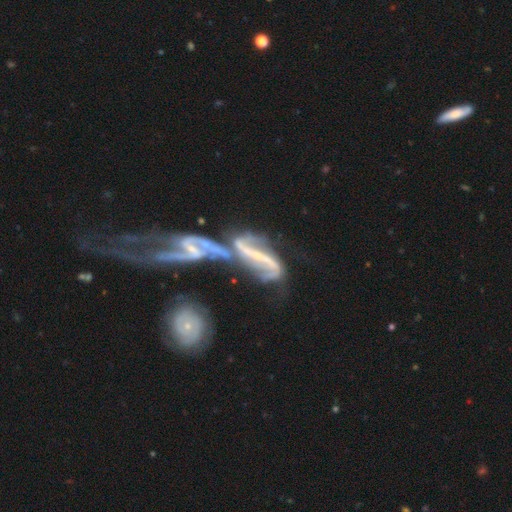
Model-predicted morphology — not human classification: smooth-or-featured: featured or disk: 84% | star or artifact: 8% | smooth: 7%
  disk-edge-on: no: 89% | yes: 11%
    bar: strong: 50% | weak: 30% | no: 20%
    has-spiral-arms: yes: 89% | no: 11%
      spiral-winding: loose: 66% | medium: 23% | tight: 11%
      spiral-arm-count: 2: 83% | can't tell: 8% | 1: 4% | 3: 2% | 4: 2% | more than 4: 2%
    bulge-size: small: 53% | none: 30% | moderate: 14% | large: 2% | dominant: 1%
  merging: merger: 58% | major disturbance: 18% | none: 14% | minor disturbance: 9%